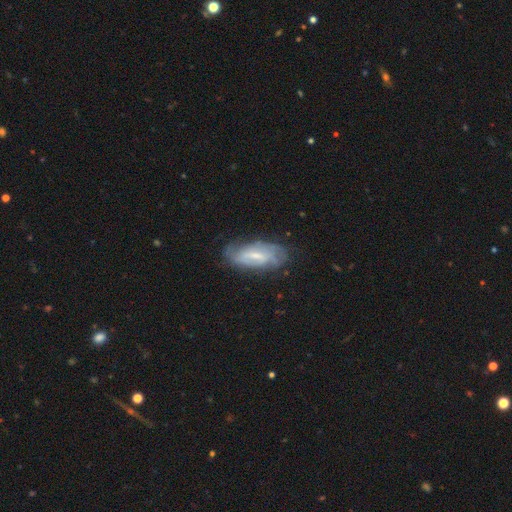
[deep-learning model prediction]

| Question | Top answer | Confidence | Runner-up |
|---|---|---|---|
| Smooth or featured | featured or disk | 66% | smooth (27%) |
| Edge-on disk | no | 89% | yes (11%) |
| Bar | weak | 52% | strong (26%) |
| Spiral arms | yes | 81% | no (19%) |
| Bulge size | small | 48% | moderate (38%) |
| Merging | none | 68% | minor disturbance (23%) |